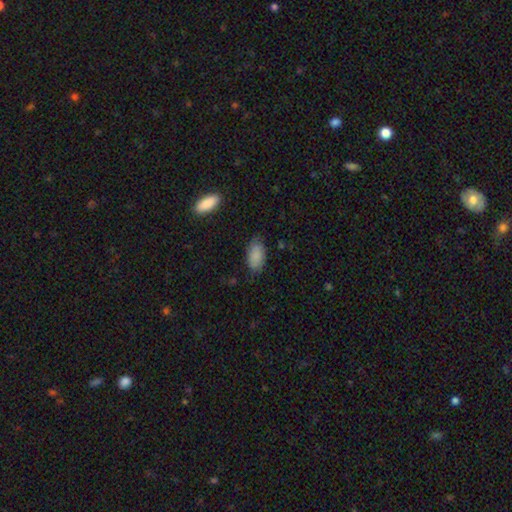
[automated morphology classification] Smooth or featured? smooth (81%)
How rounded? in between (94%)
Merging? none (71%)